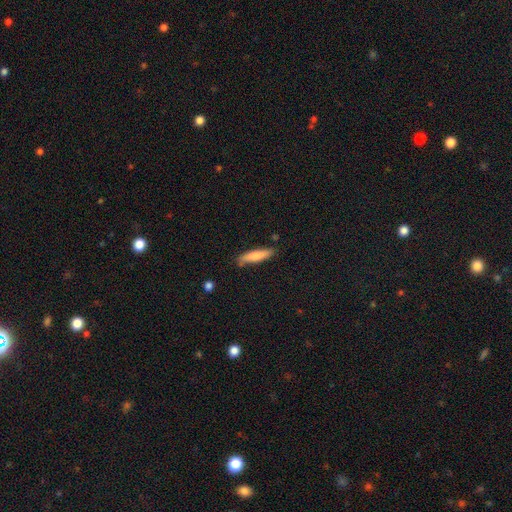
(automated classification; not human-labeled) This is likely a smooth galaxy (77%). How rounded: likely cigar-shaped (79%). Merging: likely none (76%).